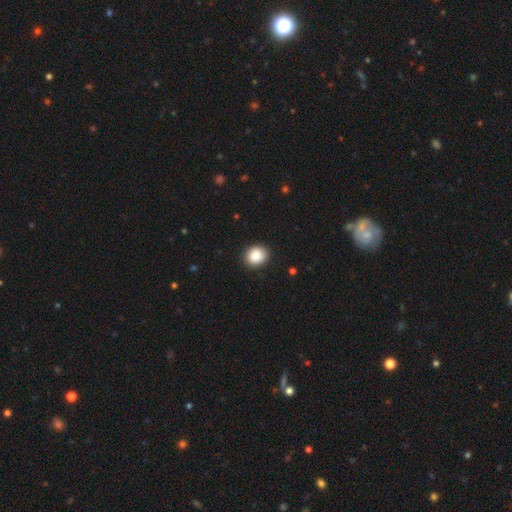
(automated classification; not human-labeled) smooth_or_featured: smooth (p=0.87) [alt: star or artifact p=0.08]
how_rounded: round (p=0.69) [alt: in between p=0.30]
merging: none (p=0.90) [alt: minor disturbance p=0.07]